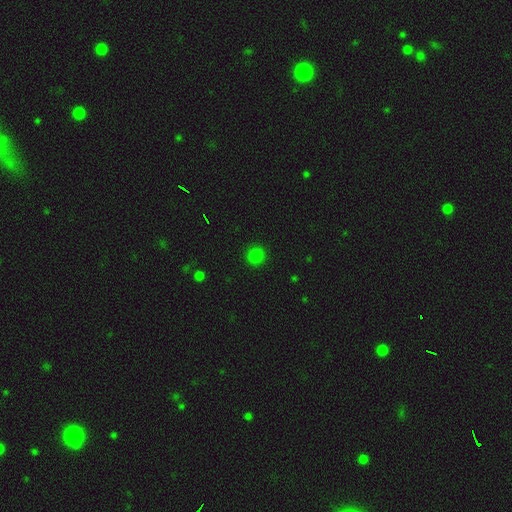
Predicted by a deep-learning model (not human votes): This appears to be a smooth galaxy with no disk features (81%) that is round (90%). Merging: none (91%).